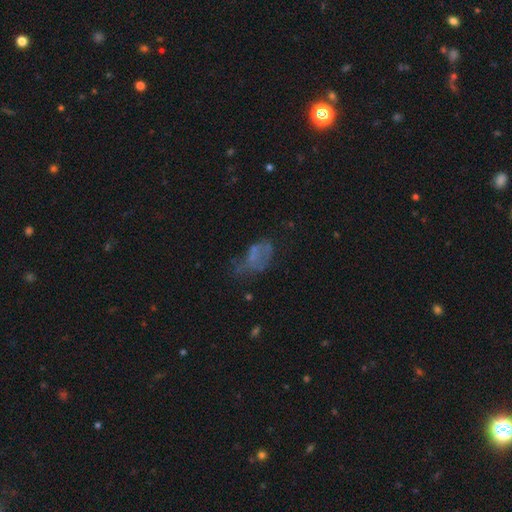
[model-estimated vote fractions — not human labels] Smooth or featured? Predicted: smooth (p=0.45). Merging? Predicted: none (p=0.35).